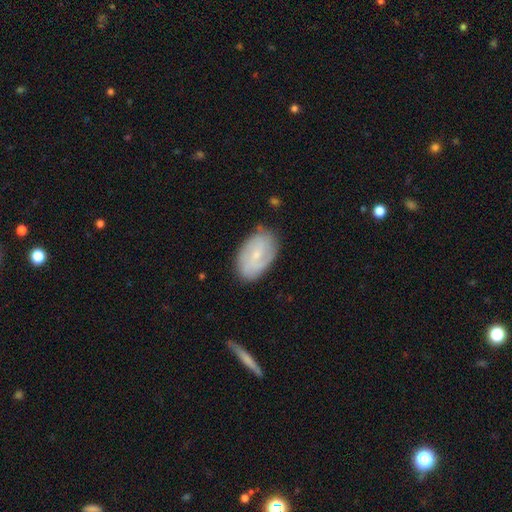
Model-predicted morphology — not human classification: Smooth or featured: featured or disk — 56% (smooth — 37%)
Edge-on disk: no — 95% (yes — 5%)
Bar: no — 54% (weak — 39%)
Spiral arms: yes — 83% (no — 17%)
Bulge size: small — 74% (moderate — 20%)
Merging: none — 77% (minor disturbance — 17%)